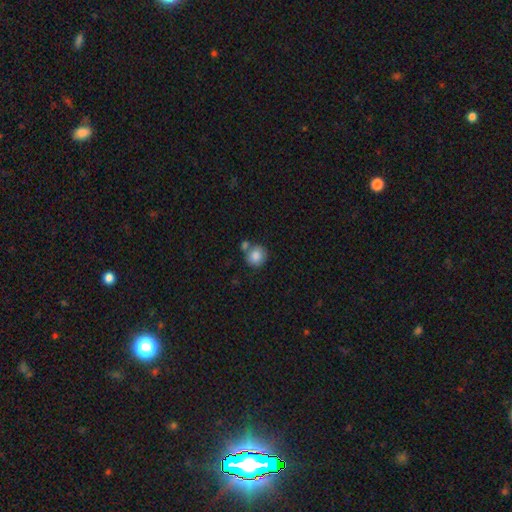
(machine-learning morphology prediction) Smooth or featured: smooth — 85% (star or artifact — 8%)
How rounded: round — 85% (in between — 14%)
Merging: none — 58% (merger — 27%)